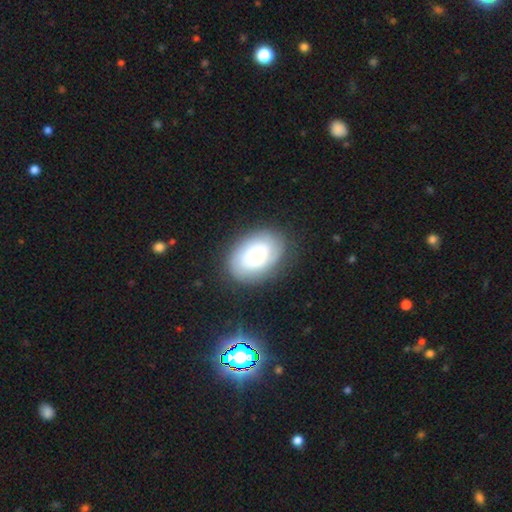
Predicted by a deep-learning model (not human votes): This is possibly a smooth galaxy (48%). Merging: likely none (79%).